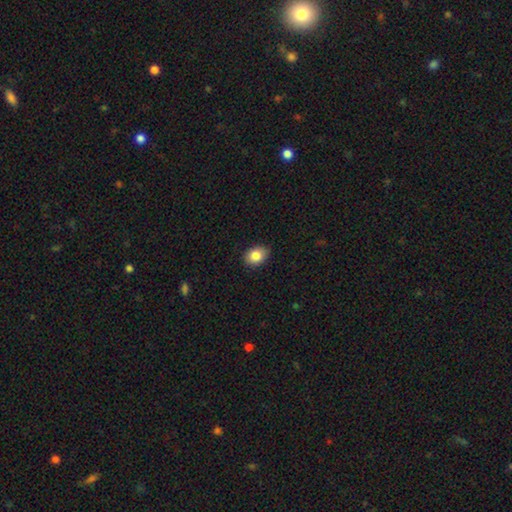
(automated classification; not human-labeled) Q: Smooth or featured?
A: smooth (85%); runner-up: star or artifact (8%)
Q: How rounded?
A: in between (67%); runner-up: round (32%)
Q: Merging?
A: none (86%); runner-up: minor disturbance (11%)